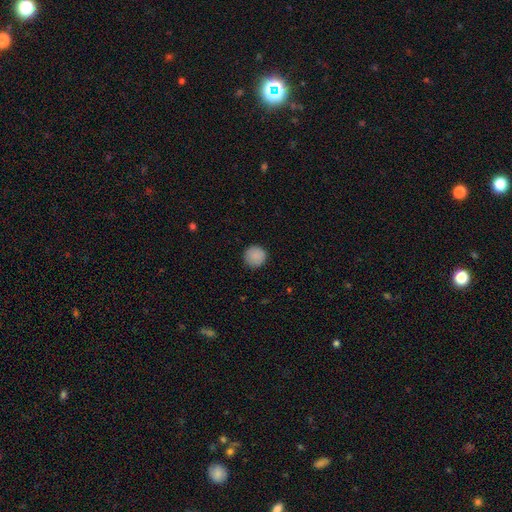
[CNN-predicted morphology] The model was most divided on "smooth or featured": smooth: 88%, star or artifact: 8%, featured or disk: 4%. More confident: how rounded — round (95%); merging — none (90%).